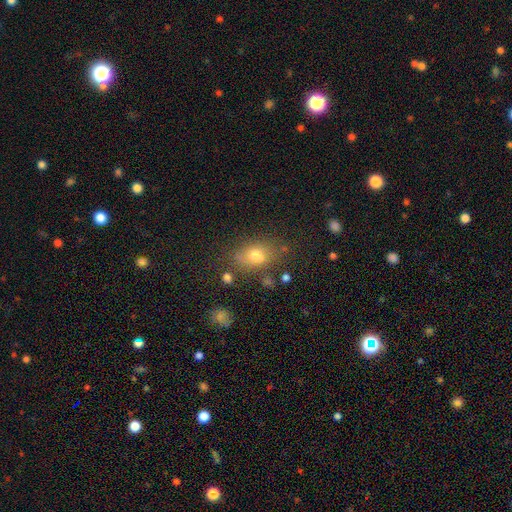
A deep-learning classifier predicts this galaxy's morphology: Q: Smooth or featured?
A: smooth (72%); runner-up: featured or disk (15%)
Q: How rounded?
A: in between (78%); runner-up: round (19%)
Q: Merging?
A: none (66%); runner-up: minor disturbance (19%)